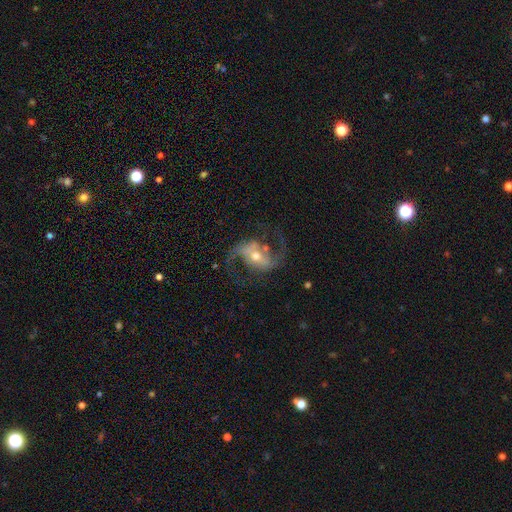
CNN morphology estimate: smooth-or-featured: featured or disk: 90% | star or artifact: 6% | smooth: 5%
  disk-edge-on: no: 97% | yes: 3%
    bar: weak: 40% | strong: 37% | no: 23%
    has-spiral-arms: yes: 97% | no: 3%
      spiral-winding: loose: 47% | medium: 46% | tight: 7%
      spiral-arm-count: 2: 94% | can't tell: 2% | 1: 1% | 3: 1% | 4: 1% | more than 4: 1%
    bulge-size: moderate: 60% | small: 32% | large: 5% | none: 1% | dominant: 1%
  merging: none: 77% | minor disturbance: 12% | major disturbance: 9% | merger: 2%